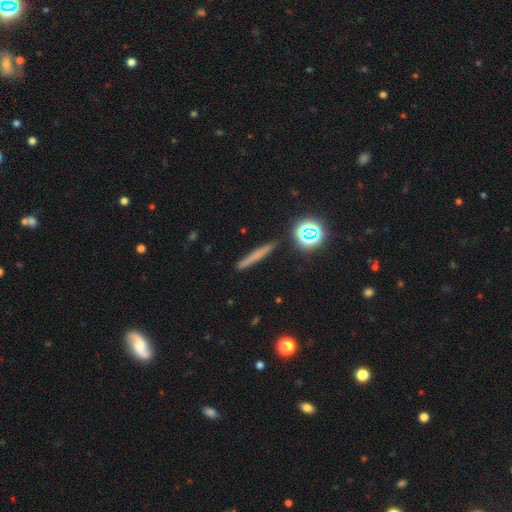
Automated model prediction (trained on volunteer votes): A smooth galaxy with no disk features (57%) that is cigar-shaped (91%). Merging: none (89%).